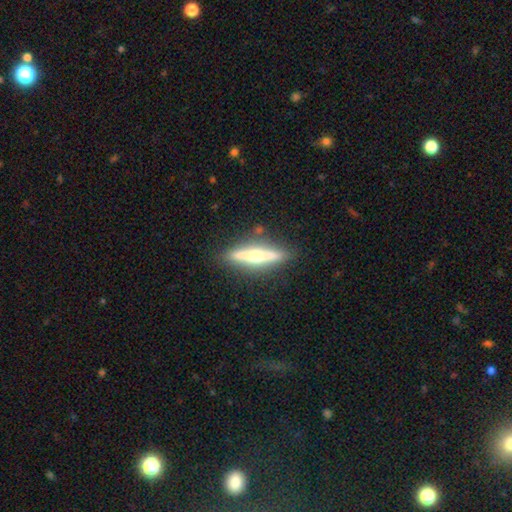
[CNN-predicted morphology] type=featured or disk (67%); edge-on=yes (95%); edge-on bulge=rounded (91%); merging=none (87%).